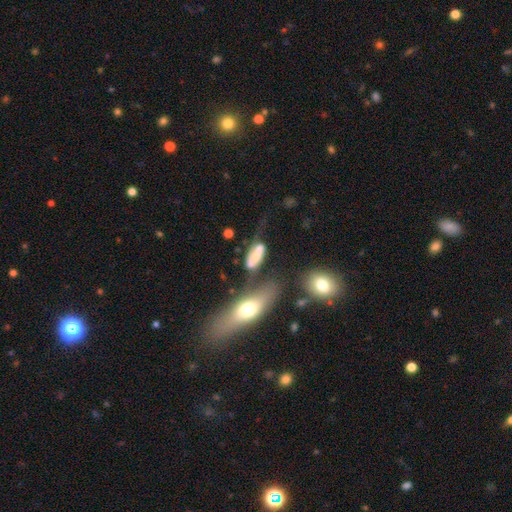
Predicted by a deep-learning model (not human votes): Smooth or featured? smooth (50%)
Merging? none (35%)